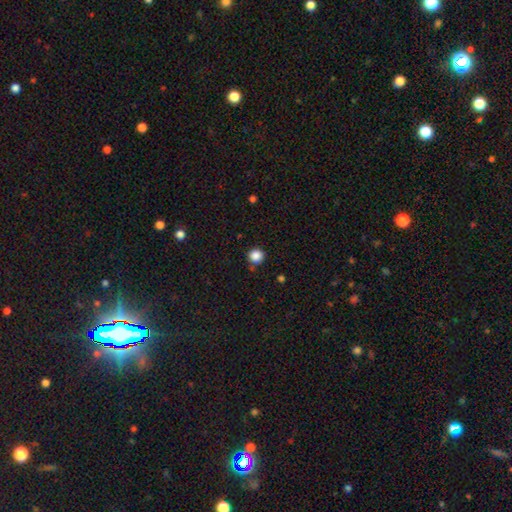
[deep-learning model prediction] Smooth or featured?
  - smooth: 86% *
  - star or artifact: 11%
  - featured or disk: 3%
How rounded?
  - round: 94% *
  - in between: 5%
  - cigar-shaped: 1%
Merging?
  - none: 86% *
  - minor disturbance: 8%
  - merger: 3%
  - major disturbance: 2%